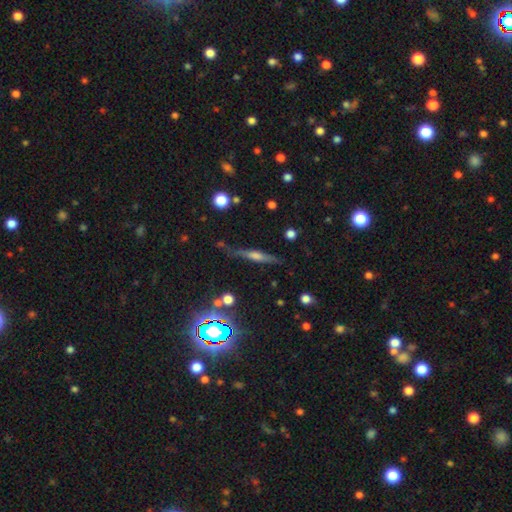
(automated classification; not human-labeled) Overall: featured or disk (58%; smooth 31%). Edge-on disk: yes (94%). Edge-on bulge: rounded (63%). Merging: none (76%).